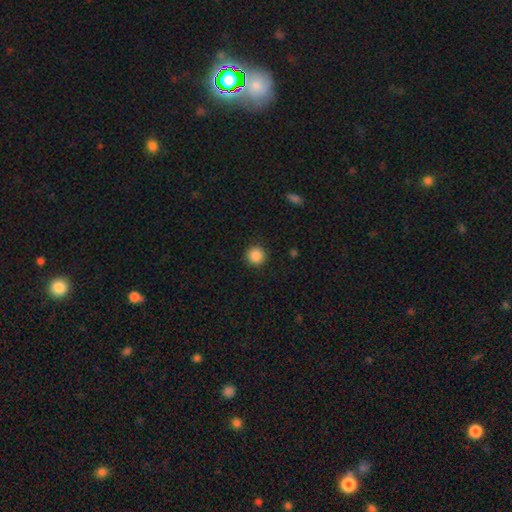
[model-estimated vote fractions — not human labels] A smooth galaxy with no disk features (88%) that is round (95%). Merging: none (91%).